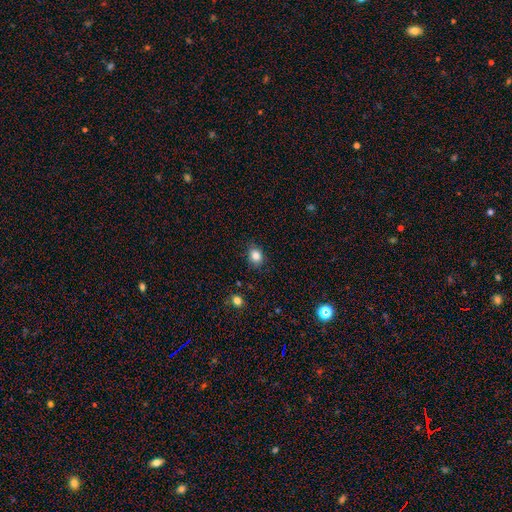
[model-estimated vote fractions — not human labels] This appears to be a smooth galaxy with no disk features (84%) that is round (53%). Merging: none (83%).